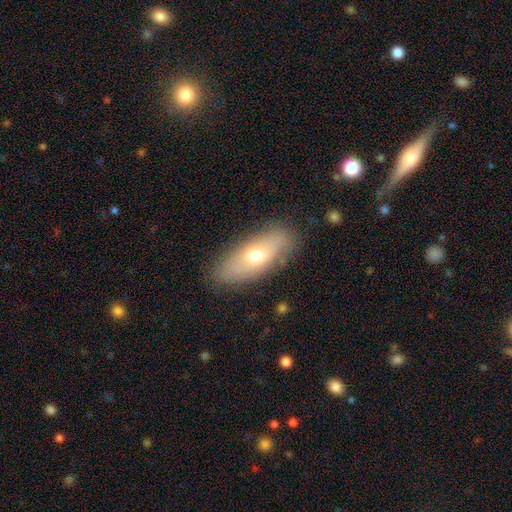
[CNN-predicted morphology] Smooth or featured? Predicted: smooth (p=0.60). How rounded? Predicted: in between (p=0.77). Merging? Predicted: none (p=0.83).